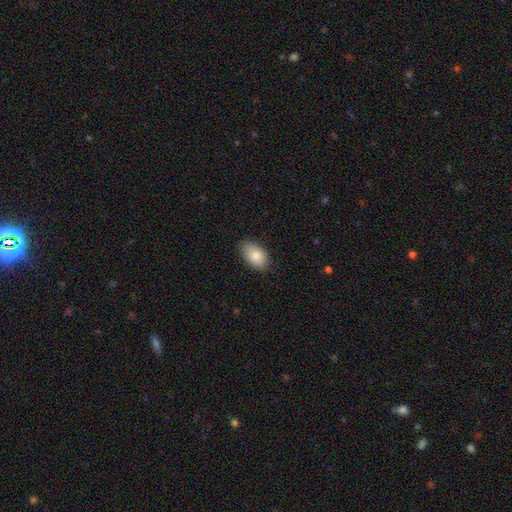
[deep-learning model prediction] The model was most divided on "merging": none: 81%, minor disturbance: 15%, major disturbance: 3%, merger: 1%. More confident: how rounded — in between (91%); smooth or featured — smooth (84%).